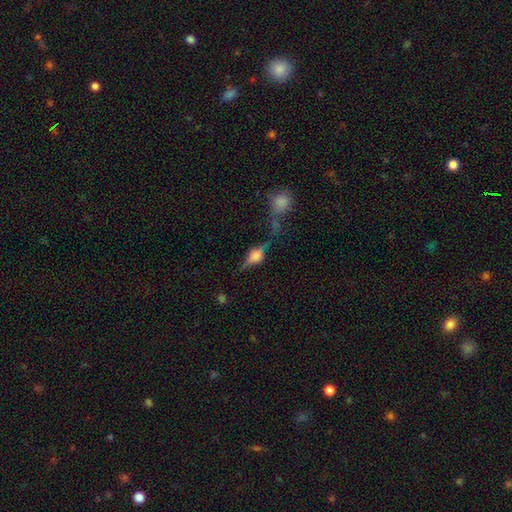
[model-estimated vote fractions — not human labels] smooth-or-featured: featured or disk: 65% | smooth: 23% | star or artifact: 11%
  disk-edge-on: yes: 91% | no: 9%
    edge-on-bulge: rounded: 88% | boxy: 9% | none: 2%
  merging: none: 58% | minor disturbance: 18% | merger: 14% | major disturbance: 10%